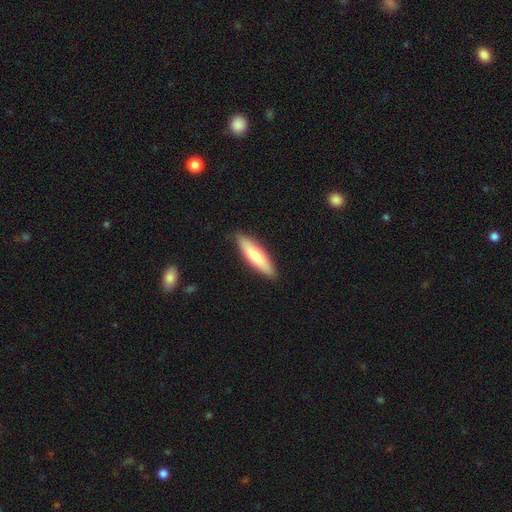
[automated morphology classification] Overall: smooth (68%). How rounded: cigar-shaped (69%; in between 29%). Merging: none (88%).